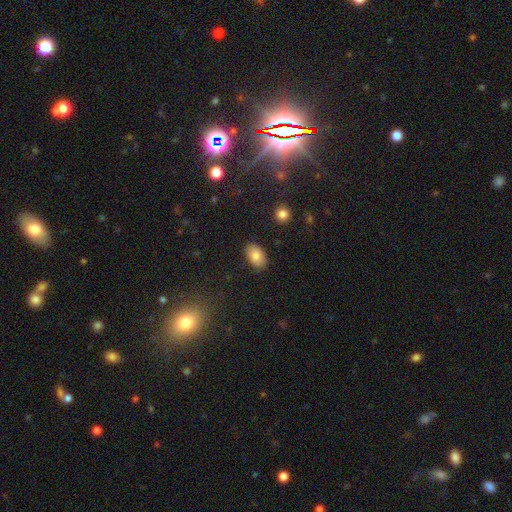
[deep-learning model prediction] The model was most divided on "smooth or featured": smooth: 84%, featured or disk: 8%, star or artifact: 8%. More confident: how rounded — in between (91%); merging — none (86%).